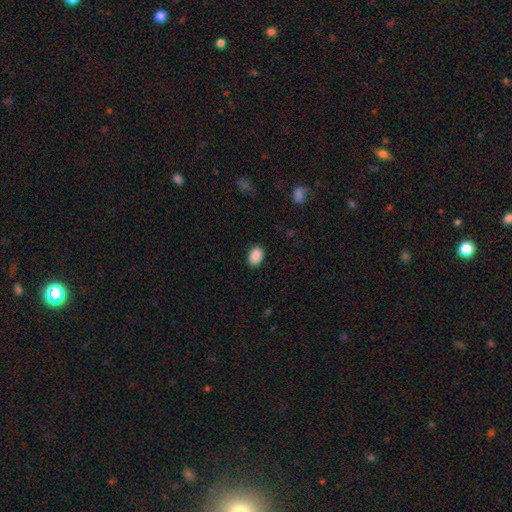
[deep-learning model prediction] Smooth or featured? smooth (90%)
How rounded? in between (83%)
Merging? none (88%)